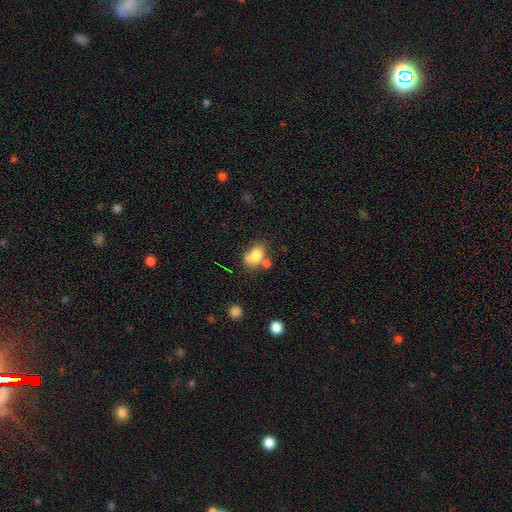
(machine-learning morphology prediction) Q: Smooth or featured?
A: smooth (74%); runner-up: featured or disk (15%)
Q: How rounded?
A: in between (74%); runner-up: round (24%)
Q: Merging?
A: none (41%); runner-up: merger (33%)